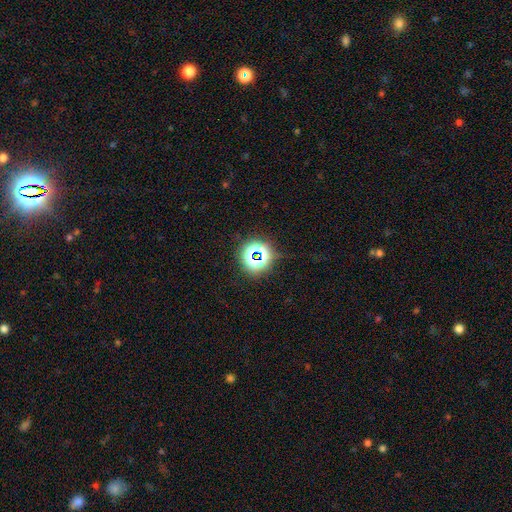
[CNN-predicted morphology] Smooth or featured?
  - star or artifact: 68% *
  - smooth: 22%
  - featured or disk: 9%